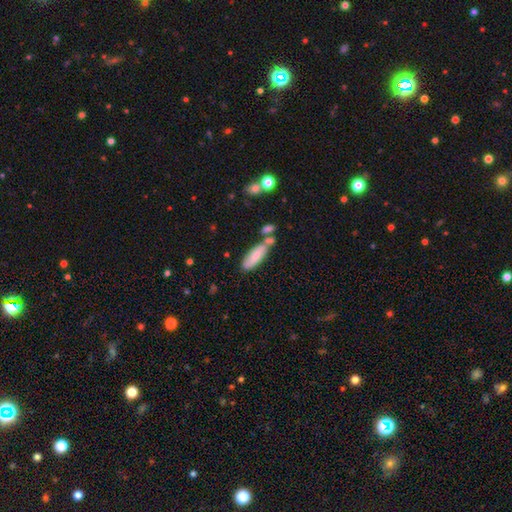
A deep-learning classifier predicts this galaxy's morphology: Smooth or featured: smooth — 70% (featured or disk — 24%)
How rounded: in between — 58% (cigar-shaped — 40%)
Merging: none — 54% (merger — 26%)